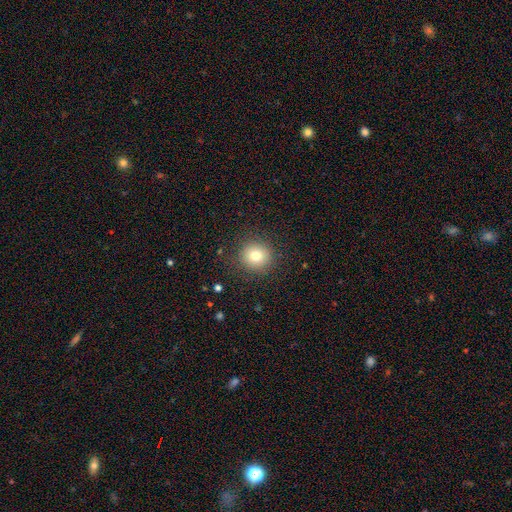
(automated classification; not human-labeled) A smooth galaxy with no disk features (78%) that is round (91%).

Vote fractions:
- Smooth or featured? smooth: 78% / star or artifact: 12% / featured or disk: 10%
- How rounded? round: 91% / in between: 8% / cigar-shaped: 1%
- Merging? none: 88% / minor disturbance: 8% / major disturbance: 3% / merger: 1%